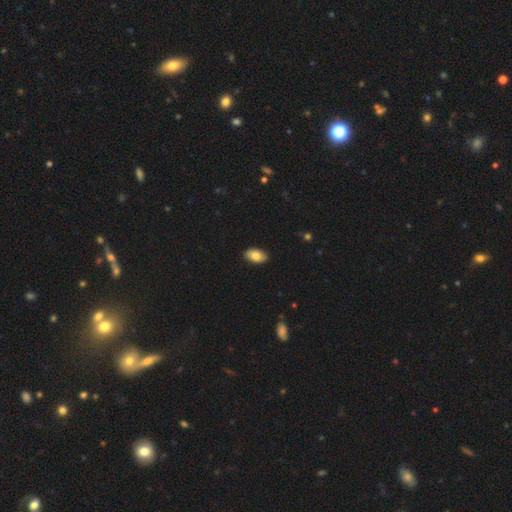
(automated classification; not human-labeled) Smooth or featured? smooth (81%)
How rounded? in between (93%)
Merging? none (90%)